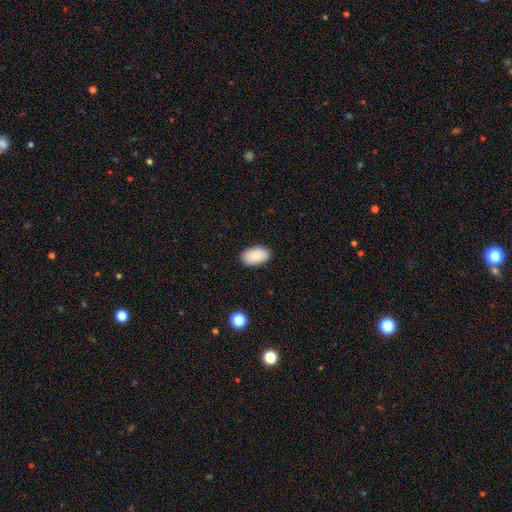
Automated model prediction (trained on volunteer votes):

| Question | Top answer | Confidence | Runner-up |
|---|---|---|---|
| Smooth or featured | smooth | 90% | star or artifact (7%) |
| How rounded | in between | 94% | round (4%) |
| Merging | none | 88% | minor disturbance (9%) |